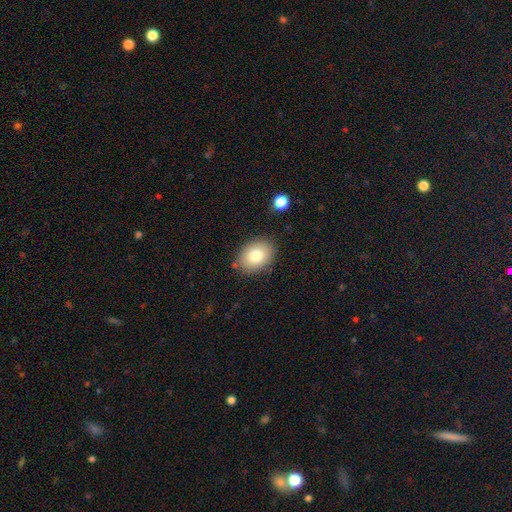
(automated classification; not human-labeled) Q: Smooth or featured?
A: smooth (80%); runner-up: featured or disk (12%)
Q: How rounded?
A: in between (71%); runner-up: round (28%)
Q: Merging?
A: none (83%); runner-up: minor disturbance (12%)